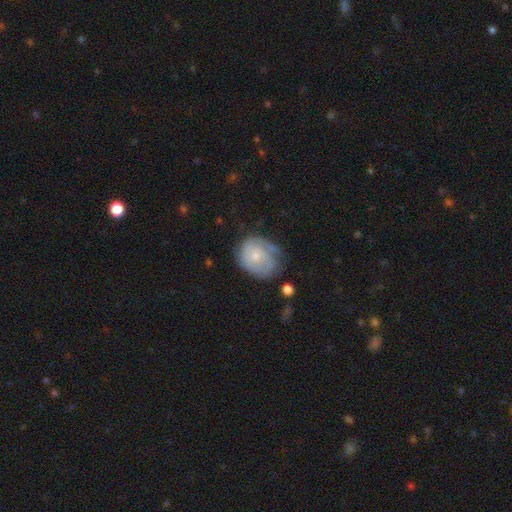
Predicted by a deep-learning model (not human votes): Smooth or featured: featured or disk — 50% (smooth — 43%)
Merging: none — 49% (minor disturbance — 32%)